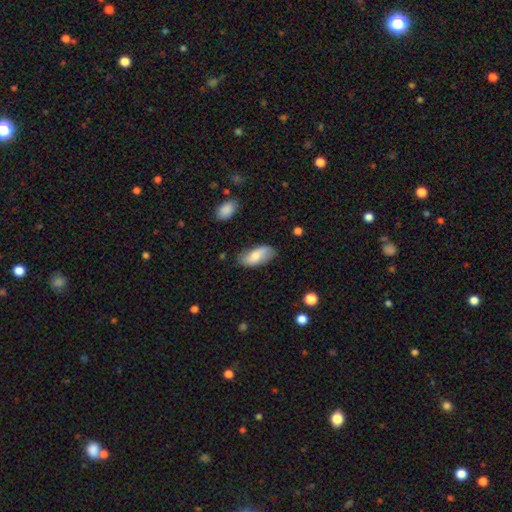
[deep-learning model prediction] This is likely a smooth galaxy (71%). How rounded: clearly in between (91%). Merging: likely none (74%).